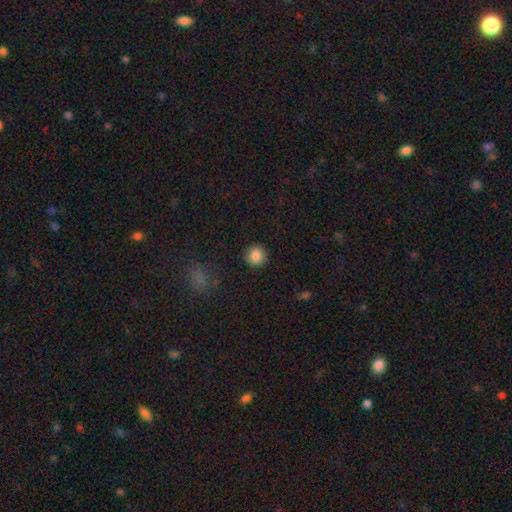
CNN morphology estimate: smooth-or-featured: smooth: 86% | star or artifact: 9% | featured or disk: 5%
  how-rounded: round: 90% | in between: 9% | cigar-shaped: 1%
  merging: none: 90% | minor disturbance: 7% | major disturbance: 2% | merger: 1%